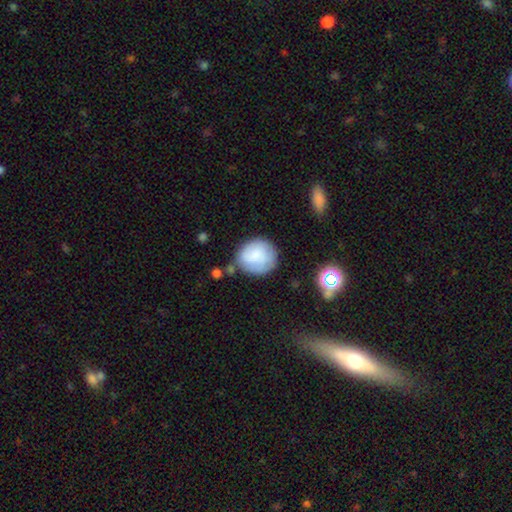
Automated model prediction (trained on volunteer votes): Smooth or featured: smooth — 72% (featured or disk — 21%)
How rounded: round — 80% (in between — 19%)
Merging: none — 62% (minor disturbance — 23%)